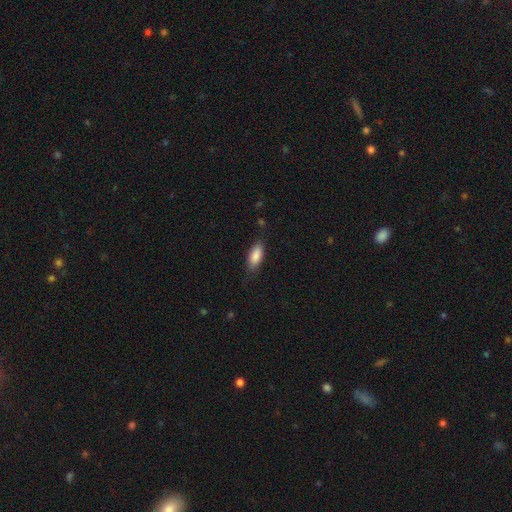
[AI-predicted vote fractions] Smooth or featured? smooth (86%)
How rounded? in between (78%)
Merging? none (77%)